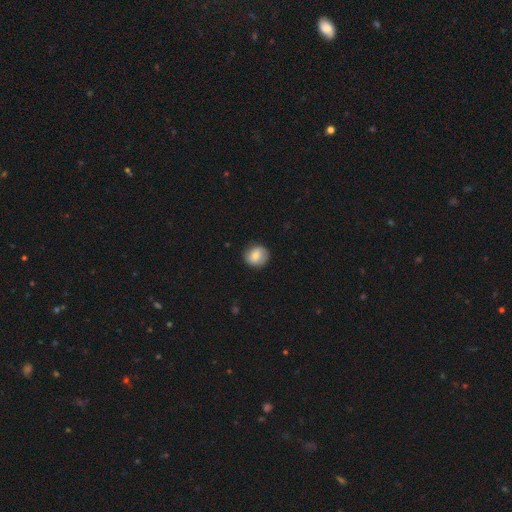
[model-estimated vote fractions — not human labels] smooth 77%, featured or disk 16%, star or artifact 8%. Down the decision tree: how rounded — round (83%); merging — none (84%).